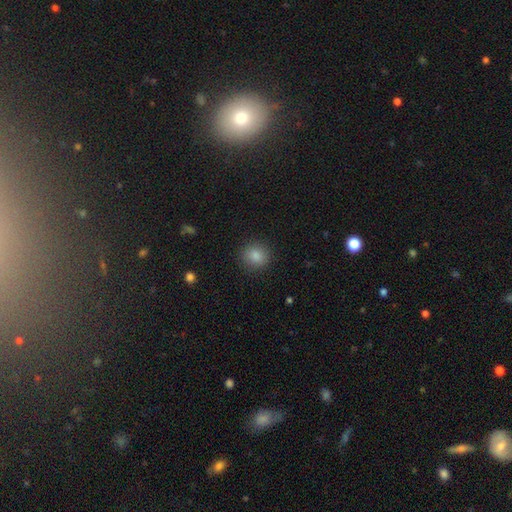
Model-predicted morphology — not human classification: Smooth or featured?
  - smooth: 86% *
  - star or artifact: 10%
  - featured or disk: 5%
How rounded?
  - round: 86% *
  - in between: 13%
  - cigar-shaped: 1%
Merging?
  - none: 89% *
  - minor disturbance: 7%
  - major disturbance: 3%
  - merger: 1%